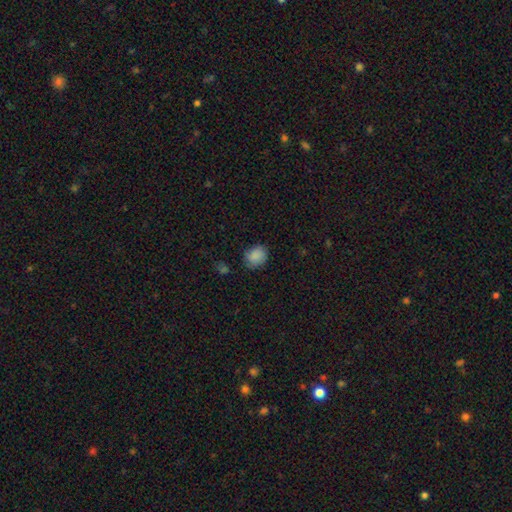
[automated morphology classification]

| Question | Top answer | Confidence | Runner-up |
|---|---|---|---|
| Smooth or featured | smooth | 85% | star or artifact (8%) |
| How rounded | round | 54% | in between (45%) |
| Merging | none | 73% | minor disturbance (20%) |